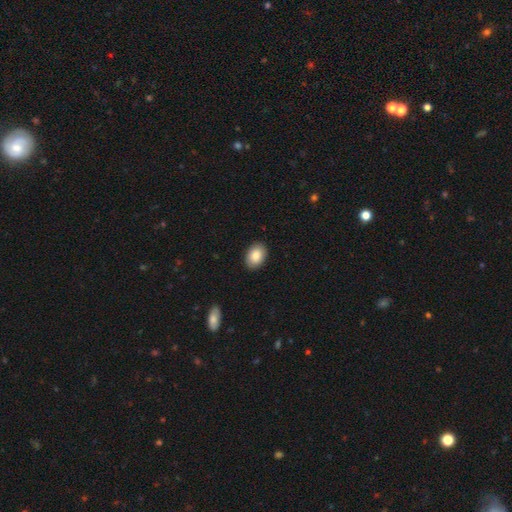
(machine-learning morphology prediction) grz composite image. It shows a smooth galaxy with no disk features (86%) that is in between round and cigar-shaped (84%). Merging: none (90%).